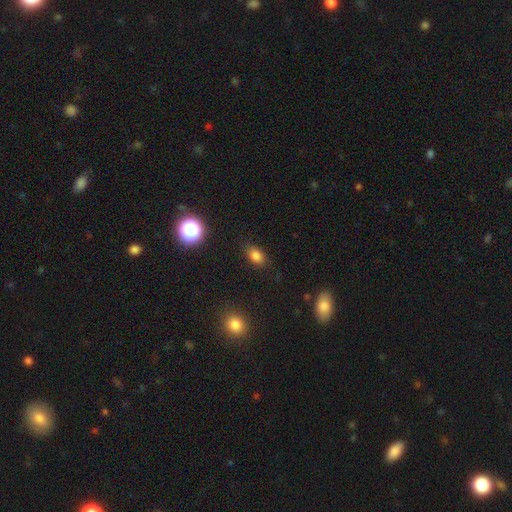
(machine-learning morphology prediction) Q: Smooth or featured?
A: smooth (79%); runner-up: star or artifact (14%)
Q: How rounded?
A: in between (80%); runner-up: round (17%)
Q: Merging?
A: none (82%); runner-up: minor disturbance (14%)